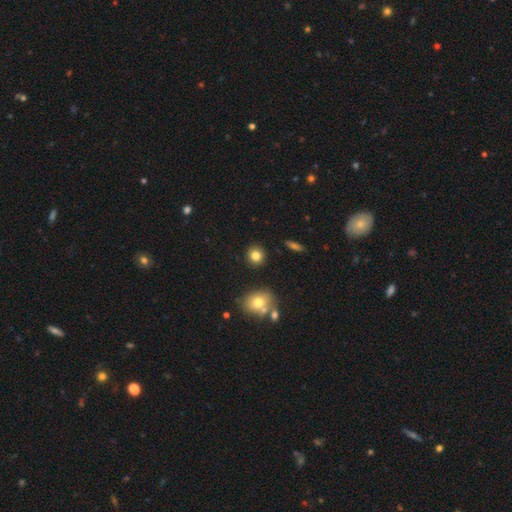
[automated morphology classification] Smooth or featured? Predicted: smooth (p=0.81). How rounded? Predicted: round (p=0.88). Merging? Predicted: none (p=0.88).